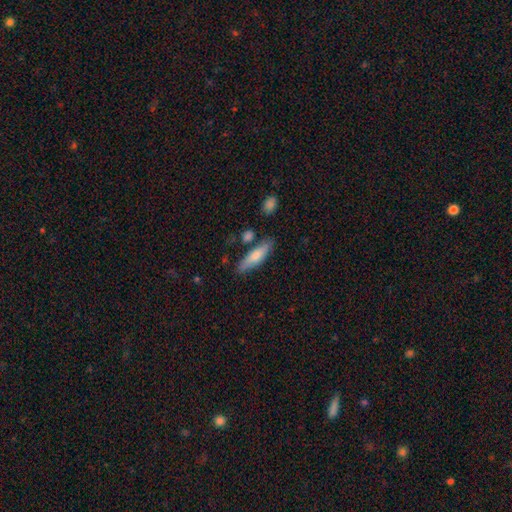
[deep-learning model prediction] This appears to be a smooth galaxy with no disk features (71%) that is cigar-shaped (63%). Merging: none (75%).